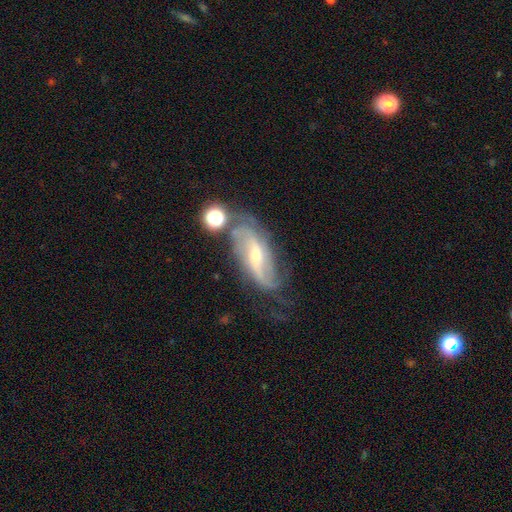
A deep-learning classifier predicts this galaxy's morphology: A featured or disk galaxy (80%) with a weak bar (45%), 2 (67%) loose (43%) spiral arms (93%) and a moderate central bulge (46%). Merging: none (53%).